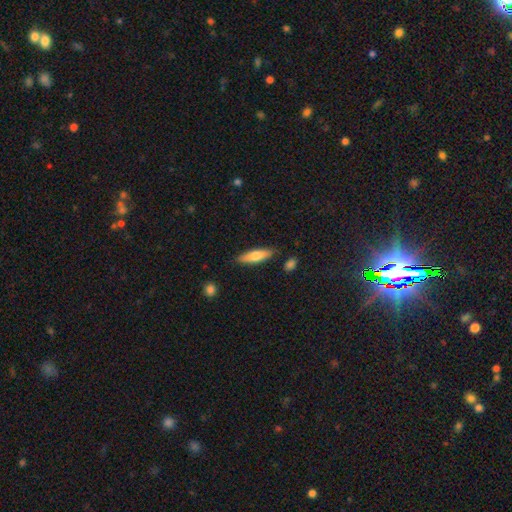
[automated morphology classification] Q: Smooth or featured?
A: smooth (67%); runner-up: featured or disk (27%)
Q: How rounded?
A: cigar-shaped (64%); runner-up: in between (34%)
Q: Merging?
A: none (85%); runner-up: minor disturbance (10%)